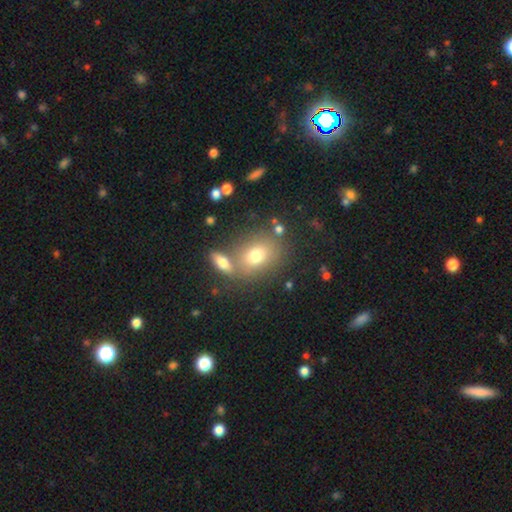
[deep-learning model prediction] Smooth or featured?
  - smooth: 72% *
  - featured or disk: 16%
  - star or artifact: 13%
How rounded?
  - in between: 58% *
  - round: 40%
  - cigar-shaped: 2%
Merging?
  - none: 62% *
  - merger: 22%
  - minor disturbance: 11%
  - major disturbance: 4%